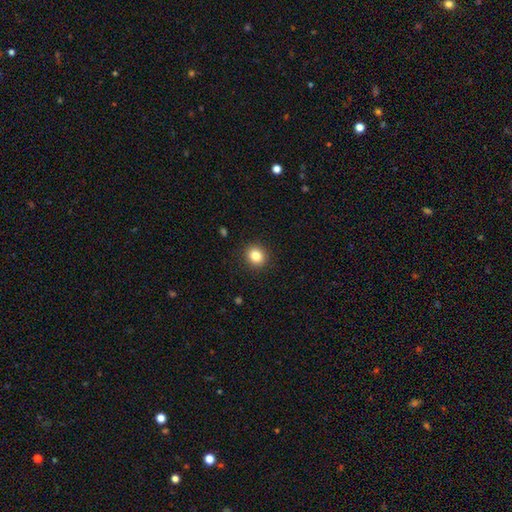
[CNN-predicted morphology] This appears to be a smooth galaxy with no disk features (84%) that is round (81%). Merging: none (91%).